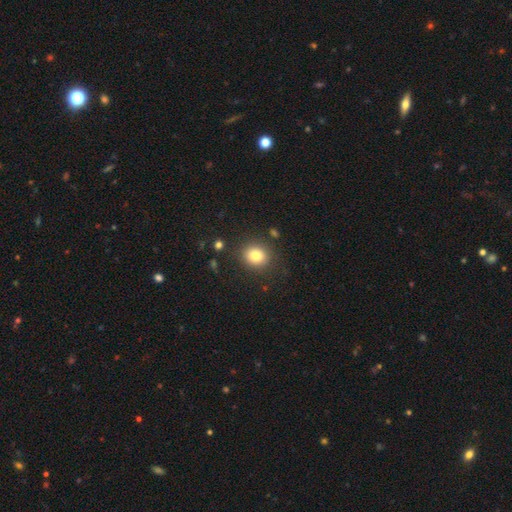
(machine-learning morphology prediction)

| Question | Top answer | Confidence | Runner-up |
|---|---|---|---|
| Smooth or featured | smooth | 82% | star or artifact (11%) |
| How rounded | round | 78% | in between (21%) |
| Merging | none | 86% | minor disturbance (9%) |